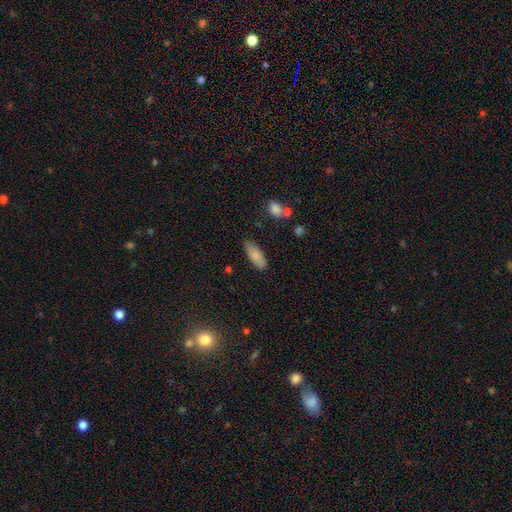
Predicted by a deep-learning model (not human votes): Smooth or featured? smooth (85%)
How rounded? in between (74%)
Merging? none (80%)